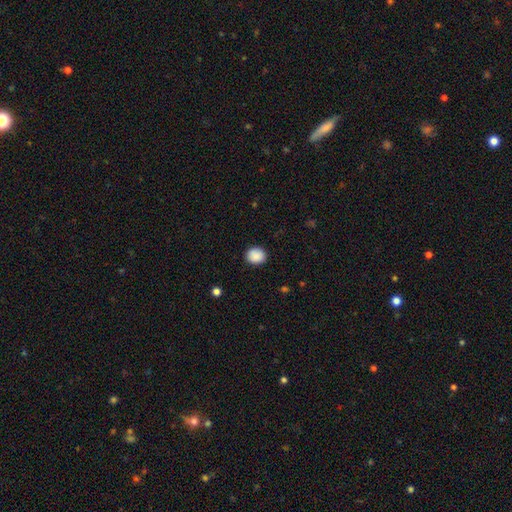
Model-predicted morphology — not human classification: Smooth or featured?
  - smooth: 89% *
  - star or artifact: 8%
  - featured or disk: 3%
How rounded?
  - round: 72% *
  - in between: 27%
  - cigar-shaped: 1%
Merging?
  - none: 89% *
  - minor disturbance: 8%
  - major disturbance: 2%
  - merger: 1%